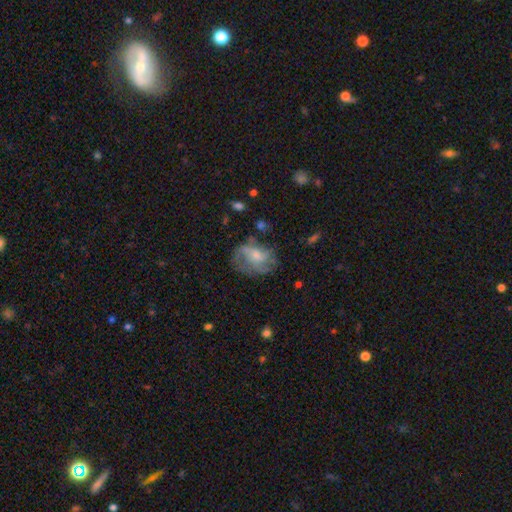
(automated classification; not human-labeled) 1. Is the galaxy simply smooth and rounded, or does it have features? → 51% featured or disk, 40% smooth, 9% star or artifact.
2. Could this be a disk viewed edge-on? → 97% no, 3% yes.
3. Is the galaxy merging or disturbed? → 48% none, 25% minor disturbance, 24% major disturbance, 3% merger.